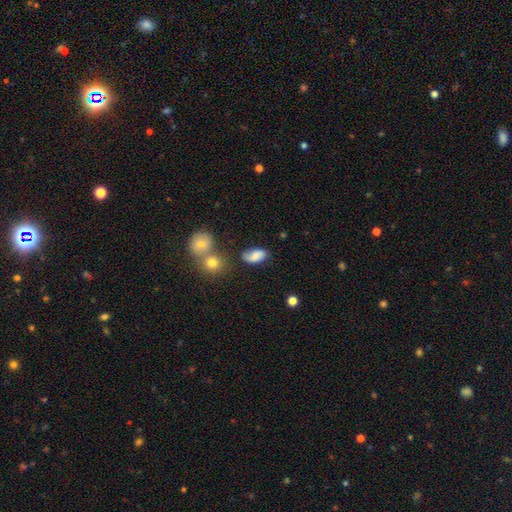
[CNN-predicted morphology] A smooth galaxy with no disk features (67%) that is in between round and cigar-shaped (91%).

Vote fractions:
- Smooth or featured? smooth: 67% / featured or disk: 23% / star or artifact: 10%
- How rounded? in between: 91% / round: 6% / cigar-shaped: 3%
- Merging? none: 65% / minor disturbance: 22% / merger: 7% / major disturbance: 7%